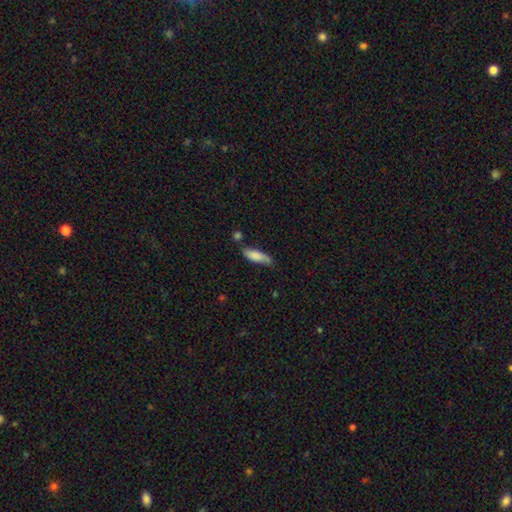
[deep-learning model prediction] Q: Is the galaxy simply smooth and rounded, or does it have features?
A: smooth — 81%.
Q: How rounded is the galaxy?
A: in between — 51%.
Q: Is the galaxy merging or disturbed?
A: none — 56%.